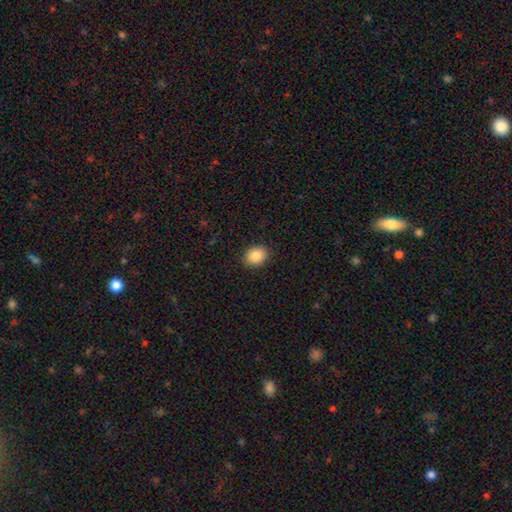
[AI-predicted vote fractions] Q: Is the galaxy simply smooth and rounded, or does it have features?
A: smooth — 86%.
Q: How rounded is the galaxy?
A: round — 55%.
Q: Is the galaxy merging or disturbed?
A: none — 90%.